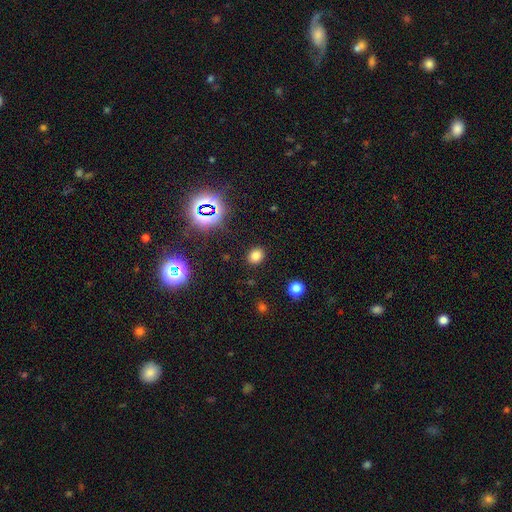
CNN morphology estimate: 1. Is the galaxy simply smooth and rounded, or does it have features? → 75% smooth, 19% star or artifact, 6% featured or disk.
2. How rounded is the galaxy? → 59% round, 40% in between, 1% cigar-shaped.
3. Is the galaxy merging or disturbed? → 88% none, 7% minor disturbance, 3% major disturbance, 2% merger.